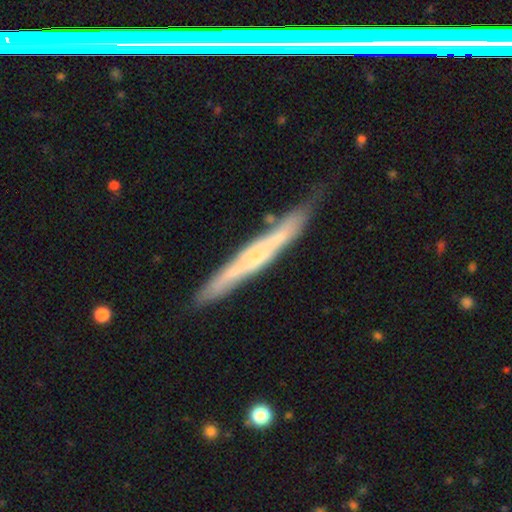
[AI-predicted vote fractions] Morphology: type=featured or disk (63%); edge-on=yes (90%); edge-on bulge=none (54%); merging=none (76%).